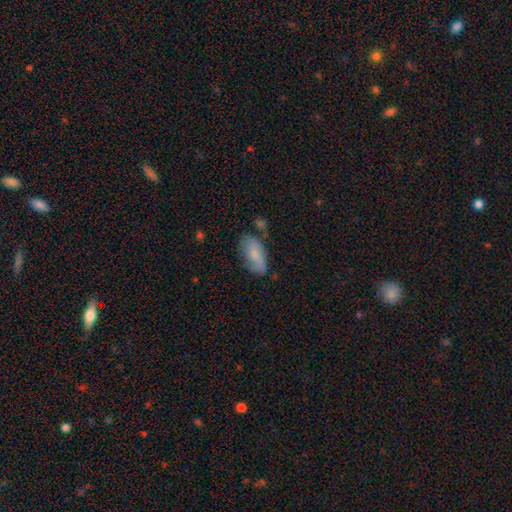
Volunteers were most divided on "smooth or featured": smooth: 60%, featured or disk: 32%, star or artifact: 8%. More confident: how rounded — in between (96%); merging — none (62%).